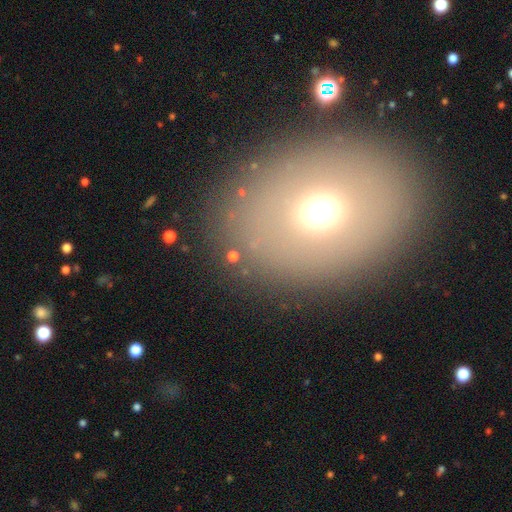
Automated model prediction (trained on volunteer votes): This is possibly a smooth galaxy (51%). How rounded: possibly round (52%). Merging: clearly none (83%).